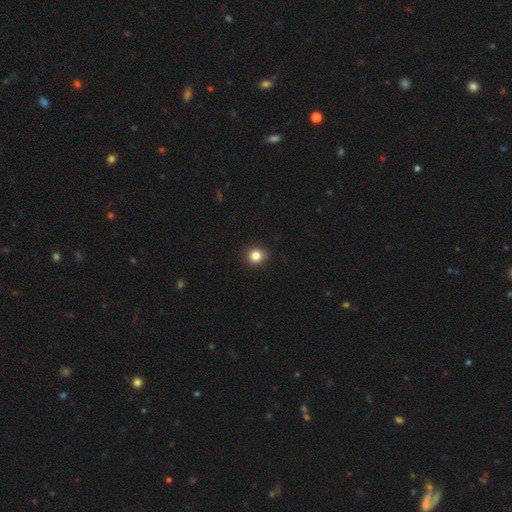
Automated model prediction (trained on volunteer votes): Smooth or featured? smooth (84%)
How rounded? round (88%)
Merging? none (90%)